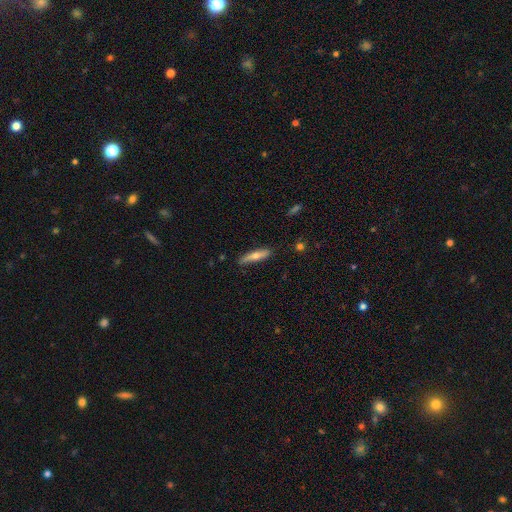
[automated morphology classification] smooth-or-featured: smooth: 53% | featured or disk: 40% | star or artifact: 6%
  how-rounded: cigar-shaped: 82% | in between: 16% | round: 2%
  merging: none: 83% | minor disturbance: 13% | major disturbance: 2% | merger: 1%